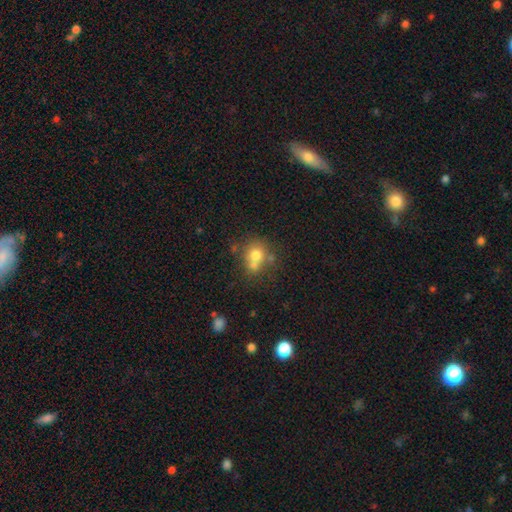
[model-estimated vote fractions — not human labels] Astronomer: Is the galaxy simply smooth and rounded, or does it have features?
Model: smooth — 70%.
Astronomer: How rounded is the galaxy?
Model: round — 77%.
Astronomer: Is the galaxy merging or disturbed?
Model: none — 42% (runner-up: merger, 41%).